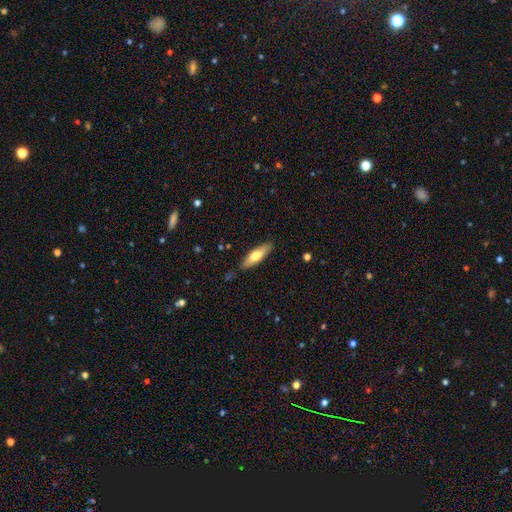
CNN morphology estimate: type=smooth (64%); roundness=cigar-shaped (56%); merging=none (85%).